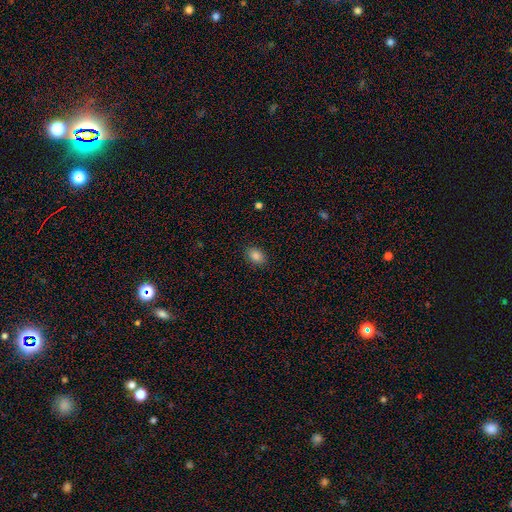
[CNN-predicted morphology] smooth-or-featured: smooth: 86% | star or artifact: 9% | featured or disk: 5%
  how-rounded: in between: 76% | round: 23% | cigar-shaped: 1%
  merging: none: 88% | minor disturbance: 9% | major disturbance: 2% | merger: 1%